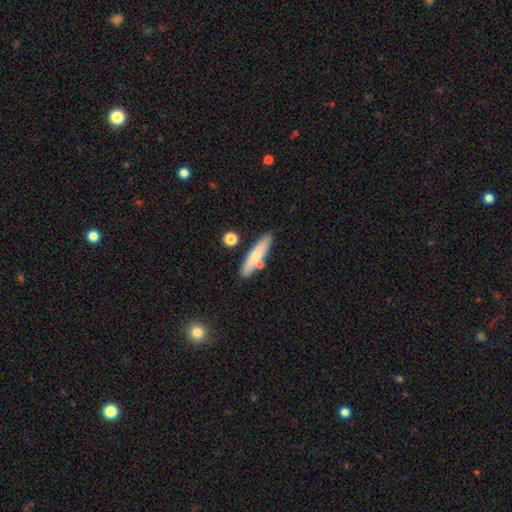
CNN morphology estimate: Smooth or featured: smooth — 67% (featured or disk — 27%)
How rounded: cigar-shaped — 82% (in between — 16%)
Merging: none — 76% (minor disturbance — 12%)